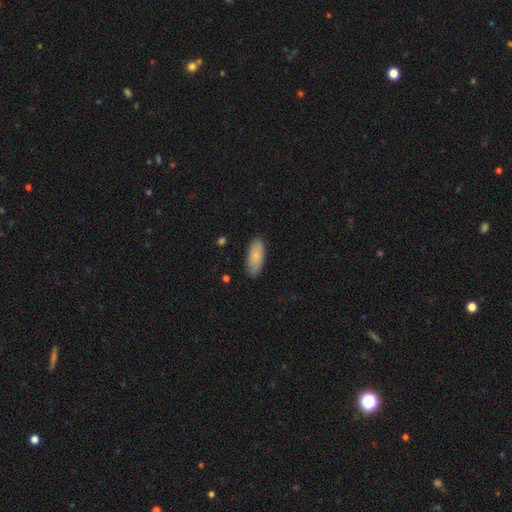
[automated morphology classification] Overall: smooth (81%). How rounded: in between (79%). Merging: none (84%).